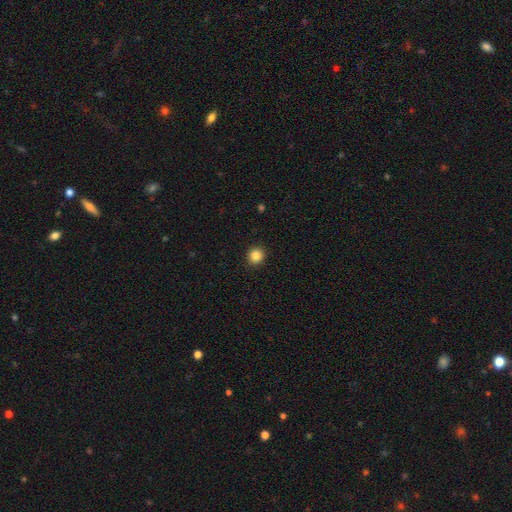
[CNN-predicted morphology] The model was most divided on "smooth or featured": smooth: 86%, star or artifact: 11%, featured or disk: 3%. More confident: merging — none (93%); how rounded — round (92%).